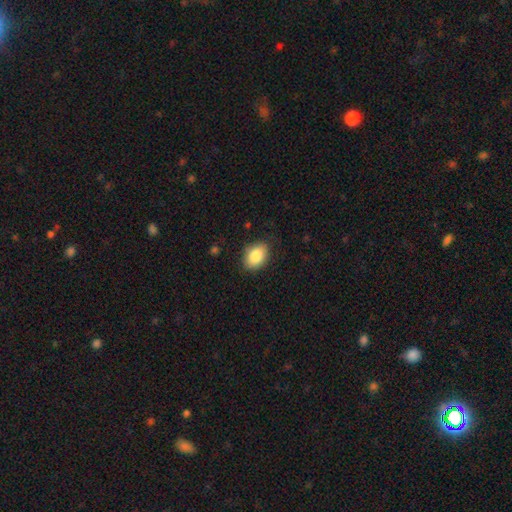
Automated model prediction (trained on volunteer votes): Morphology: type=smooth (86%); roundness=in between (83%); merging=none (81%).